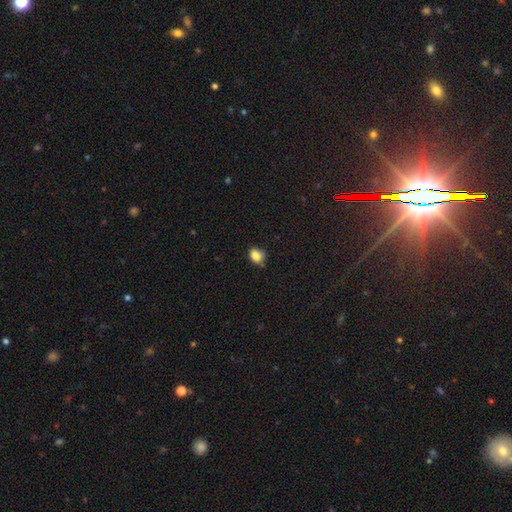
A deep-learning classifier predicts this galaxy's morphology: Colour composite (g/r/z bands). It shows a smooth galaxy with no disk features (84%) that is in between round and cigar-shaped (54%). Merging: none (63%).